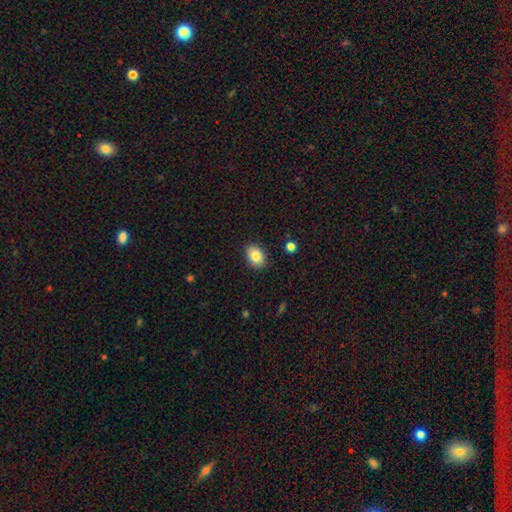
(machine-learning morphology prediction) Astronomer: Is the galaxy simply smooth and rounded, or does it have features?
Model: smooth — 83%.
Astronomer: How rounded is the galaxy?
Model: in between — 74%.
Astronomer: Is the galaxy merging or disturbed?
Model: none — 88%.